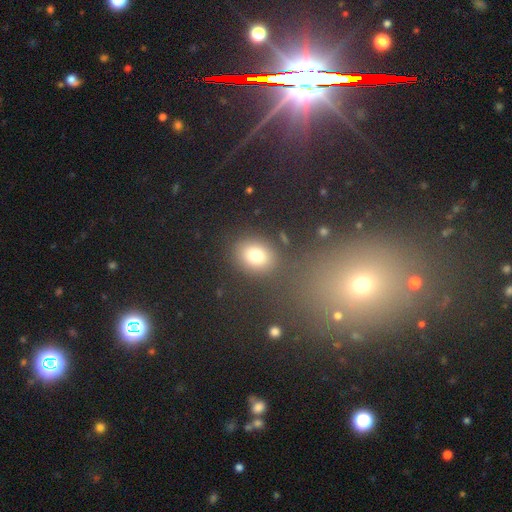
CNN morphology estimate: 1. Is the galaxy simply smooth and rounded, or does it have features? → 77% smooth, 14% star or artifact, 9% featured or disk.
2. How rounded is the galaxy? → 50% in between, 49% round, 1% cigar-shaped.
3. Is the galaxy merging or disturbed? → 83% none, 9% minor disturbance, 4% major disturbance, 4% merger.